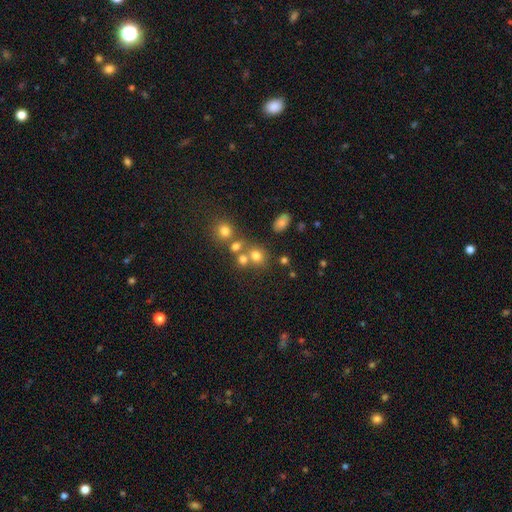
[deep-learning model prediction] Smooth or featured?
  - smooth: 71% *
  - star or artifact: 17%
  - featured or disk: 13%
How rounded?
  - round: 70% *
  - in between: 29%
  - cigar-shaped: 1%
Merging?
  - none: 52% *
  - merger: 33%
  - minor disturbance: 10%
  - major disturbance: 5%